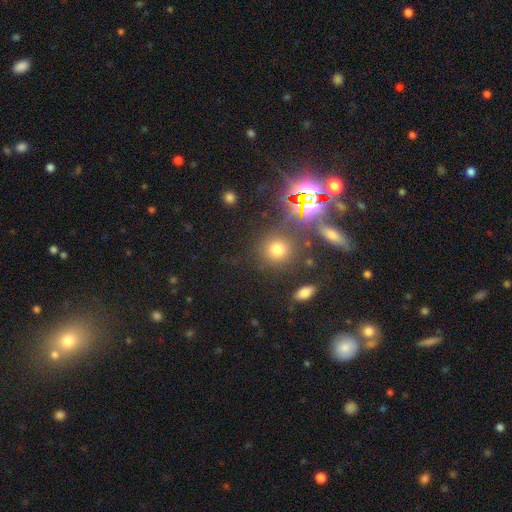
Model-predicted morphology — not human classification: type=star or artifact (49%).